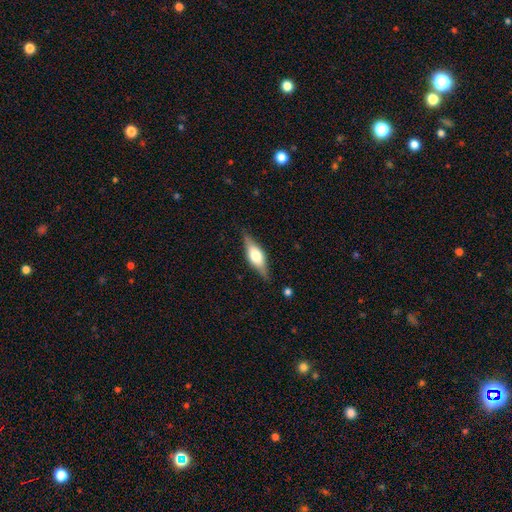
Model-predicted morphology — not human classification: featured or disk 52%, smooth 42%, star or artifact 6%. Down the decision tree: edge-on disk — yes (92%); merging — none (83%).